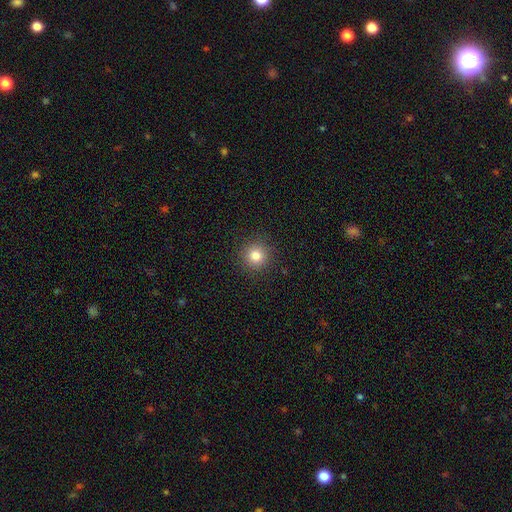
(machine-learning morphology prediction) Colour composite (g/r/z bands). It shows a smooth galaxy with no disk features (81%) that is round (95%). Merging: none (91%).